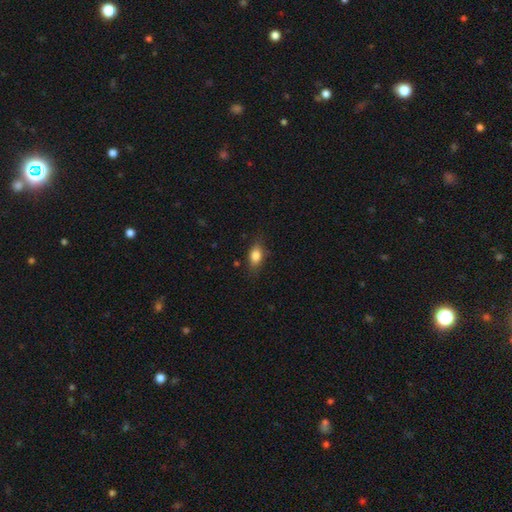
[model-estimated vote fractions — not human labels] Smooth or featured: smooth — 82% (featured or disk — 10%)
How rounded: in between — 82% (round — 12%)
Merging: none — 79% (minor disturbance — 16%)